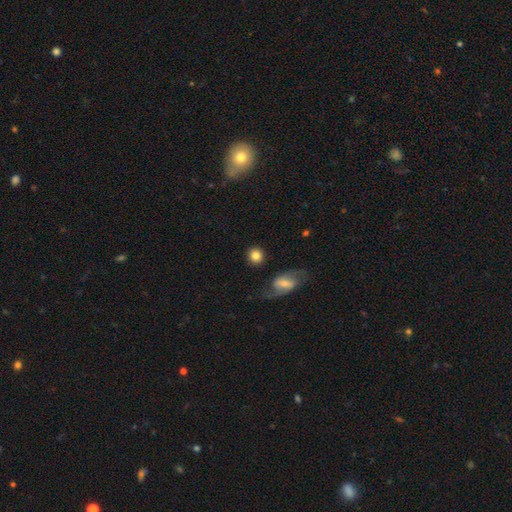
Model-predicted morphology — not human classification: This is clearly a smooth galaxy (81%). How rounded: clearly round (89%). Merging: clearly none (84%).